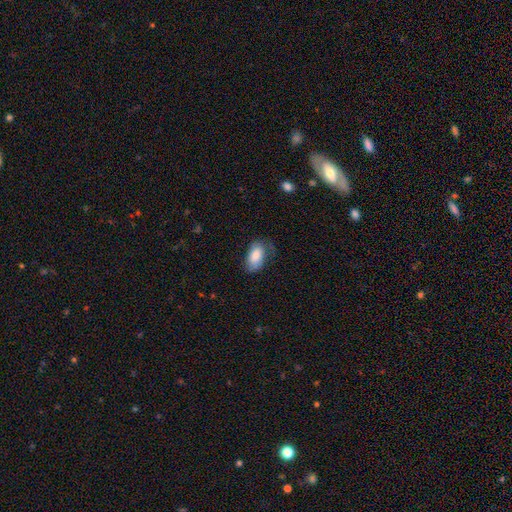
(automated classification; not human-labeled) Smooth or featured? Predicted: smooth (p=0.81). How rounded? Predicted: in between (p=0.93). Merging? Predicted: none (p=0.52).